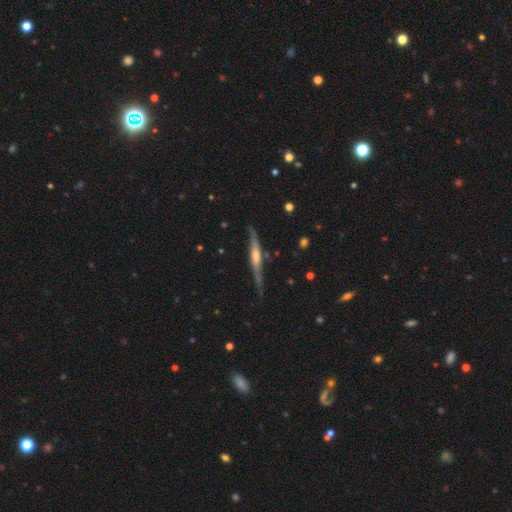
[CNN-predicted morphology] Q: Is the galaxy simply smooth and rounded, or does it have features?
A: featured or disk — 73%.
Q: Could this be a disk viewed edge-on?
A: yes — 91%.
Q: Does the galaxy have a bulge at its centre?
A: rounded — 57%.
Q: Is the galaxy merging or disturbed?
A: none — 66%.